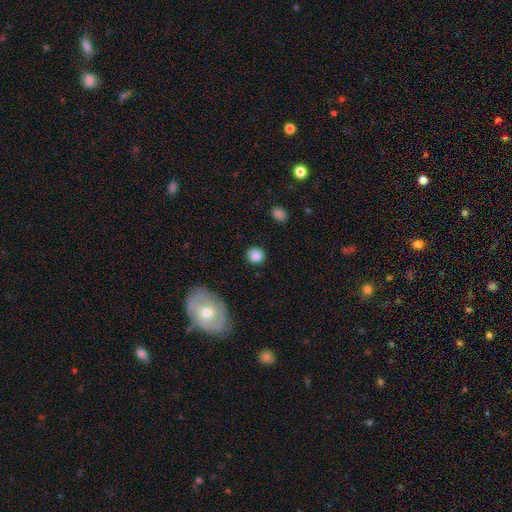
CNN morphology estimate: Smooth or featured: smooth — 84% (star or artifact — 9%)
How rounded: round — 86% (in between — 13%)
Merging: none — 85% (minor disturbance — 10%)